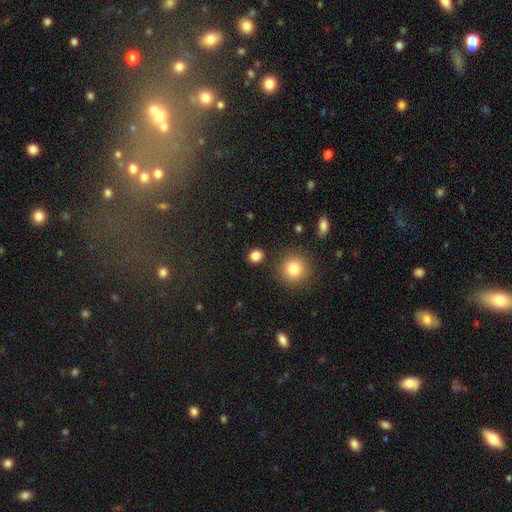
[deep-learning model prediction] Smooth or featured? smooth (84%)
How rounded? round (77%)
Merging? none (87%)